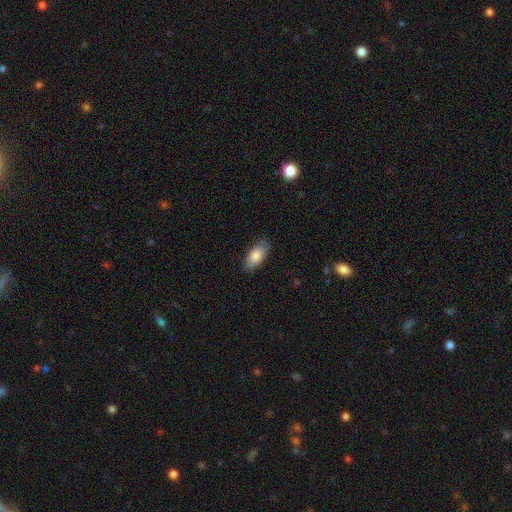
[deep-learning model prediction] smooth-or-featured: smooth: 82% | featured or disk: 12% | star or artifact: 6%
  how-rounded: in between: 90% | cigar-shaped: 7% | round: 3%
  merging: none: 84% | minor disturbance: 12% | major disturbance: 2% | merger: 1%